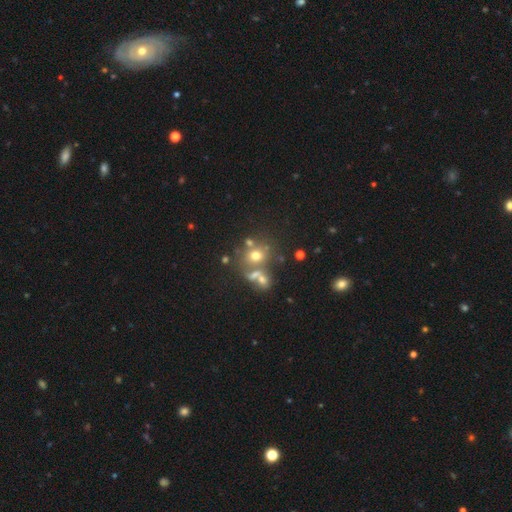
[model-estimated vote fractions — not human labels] smooth 63%, star or artifact 19%, featured or disk 18%. Down the decision tree: how rounded — round (70%); merging — none (51%).